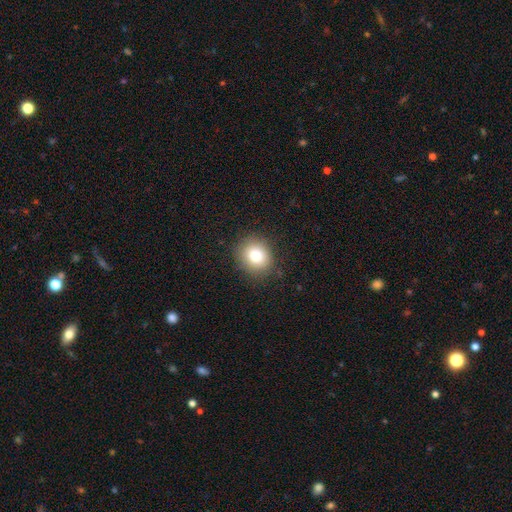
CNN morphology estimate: smooth 80%, star or artifact 11%, featured or disk 9%. Down the decision tree: how rounded — round (75%); merging — none (86%).